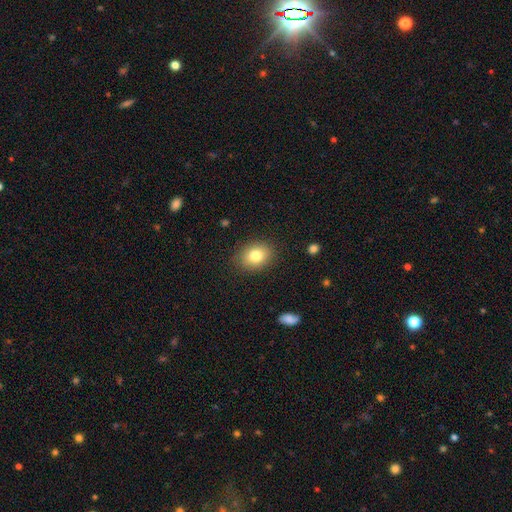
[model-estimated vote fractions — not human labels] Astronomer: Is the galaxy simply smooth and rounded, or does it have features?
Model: smooth — 81%.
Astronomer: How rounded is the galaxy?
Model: in between — 64%.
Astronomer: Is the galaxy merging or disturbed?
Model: none — 86%.